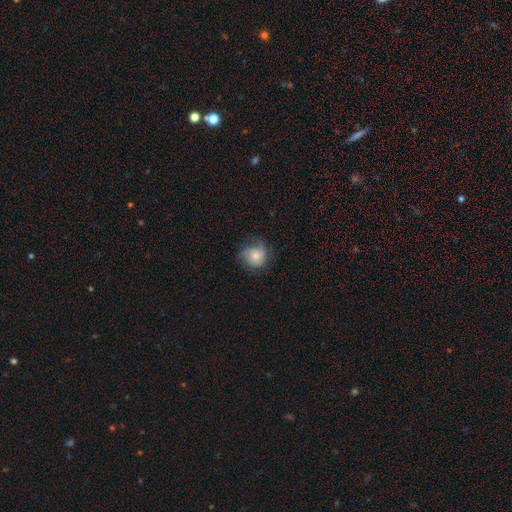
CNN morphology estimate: This is possibly a smooth galaxy (55%). How rounded: likely round (74%). Merging: possibly none (53%).